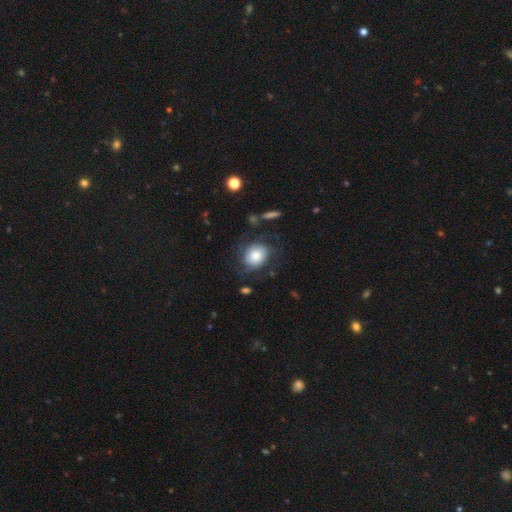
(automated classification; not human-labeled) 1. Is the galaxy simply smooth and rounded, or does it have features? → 48% featured or disk, 44% smooth, 8% star or artifact.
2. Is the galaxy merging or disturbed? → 60% none, 20% minor disturbance, 17% major disturbance, 2% merger.